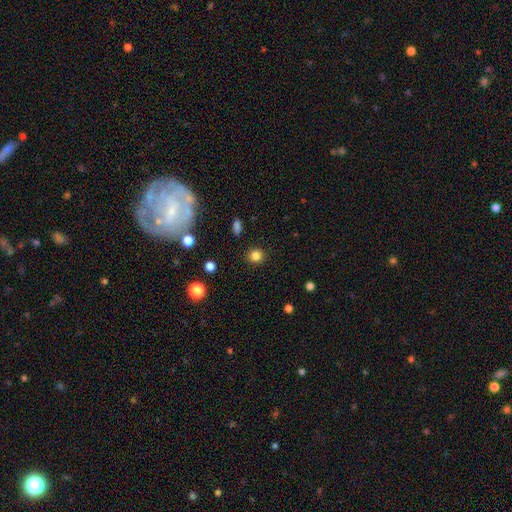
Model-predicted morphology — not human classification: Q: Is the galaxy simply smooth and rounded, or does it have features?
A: smooth — 83%.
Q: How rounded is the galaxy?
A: round — 88%.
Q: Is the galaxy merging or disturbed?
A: none — 90%.